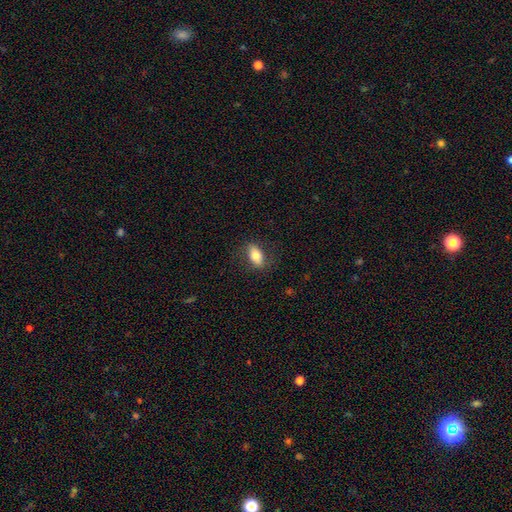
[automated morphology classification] A smooth galaxy with no disk features (75%) that is in between round and cigar-shaped (85%).

Vote fractions:
- Smooth or featured? smooth: 75% / featured or disk: 18% / star or artifact: 7%
- How rounded? in between: 85% / cigar-shaped: 9% / round: 6%
- Merging? none: 80% / minor disturbance: 14% / major disturbance: 5% / merger: 1%